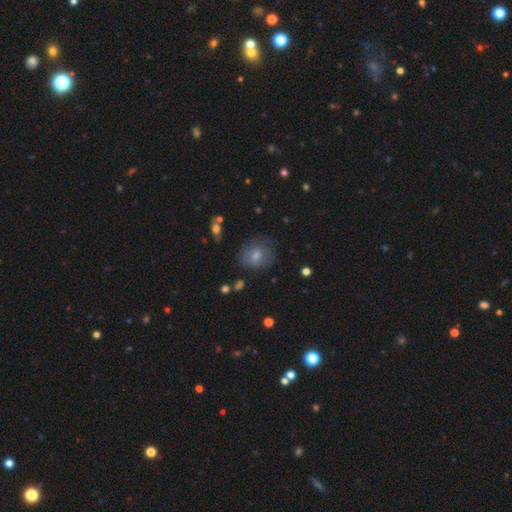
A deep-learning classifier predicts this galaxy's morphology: This is likely a smooth galaxy (67%). How rounded: likely round (67%). Merging: likely none (64%).